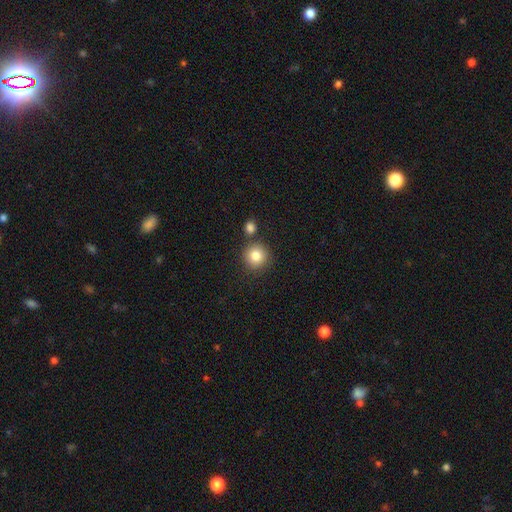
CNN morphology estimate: A smooth galaxy with no disk features (83%) that is round (93%). Merging: none (78%).